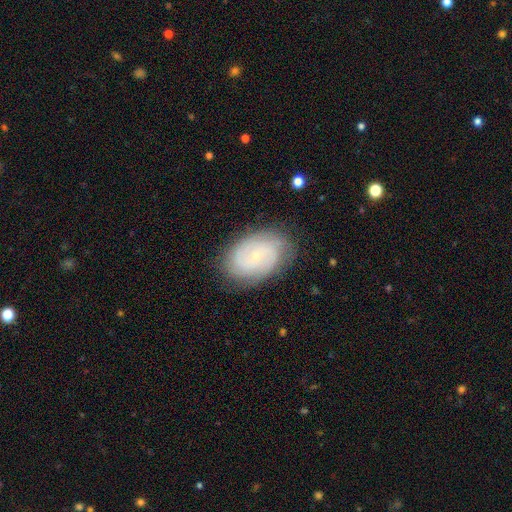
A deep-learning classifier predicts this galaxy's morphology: This appears to be a featured or disk galaxy (71%) with no bar (74%), tight (64%) spiral arms (92%) and a small central bulge (82%). Merging: none (81%).